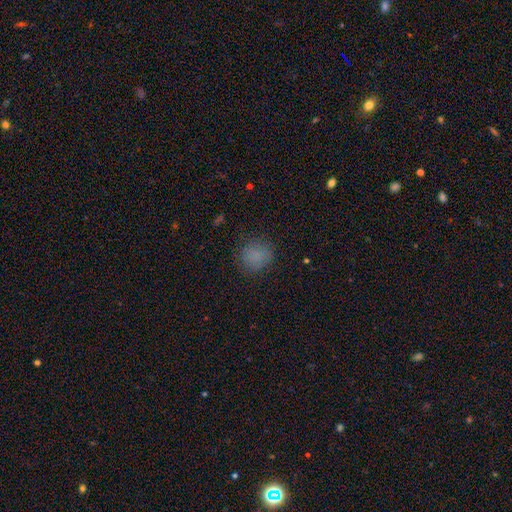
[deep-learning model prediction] This appears to be a smooth galaxy with no disk features (82%) that is round (85%). Merging: none (81%).